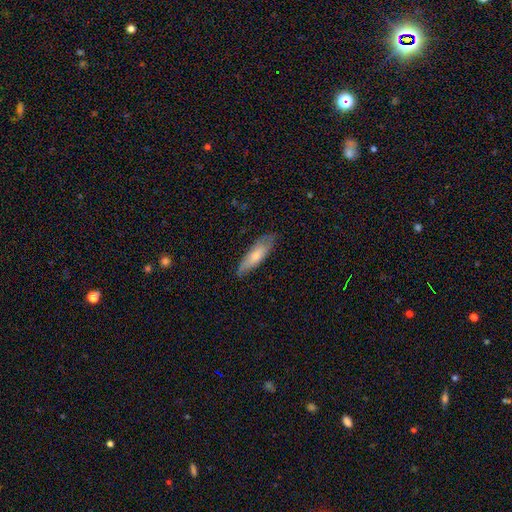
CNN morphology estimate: Q: Smooth or featured?
A: smooth (67%); runner-up: featured or disk (28%)
Q: How rounded?
A: cigar-shaped (50%); runner-up: in between (48%)
Q: Merging?
A: none (75%); runner-up: minor disturbance (20%)